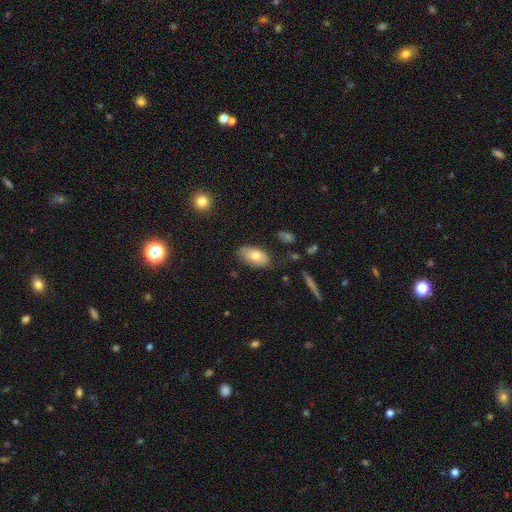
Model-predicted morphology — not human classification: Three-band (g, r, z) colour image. It shows a smooth galaxy with no disk features (74%) that is in between round and cigar-shaped (93%). Merging: none (73%).